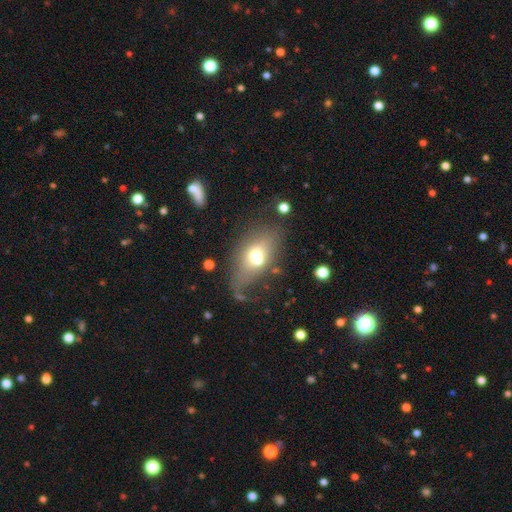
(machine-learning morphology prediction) The model was most divided on "merging": none: 34%, merger: 25%, major disturbance: 23%, minor disturbance: 18%. More confident: how rounded — in between (80%); smooth or featured — smooth (57%).